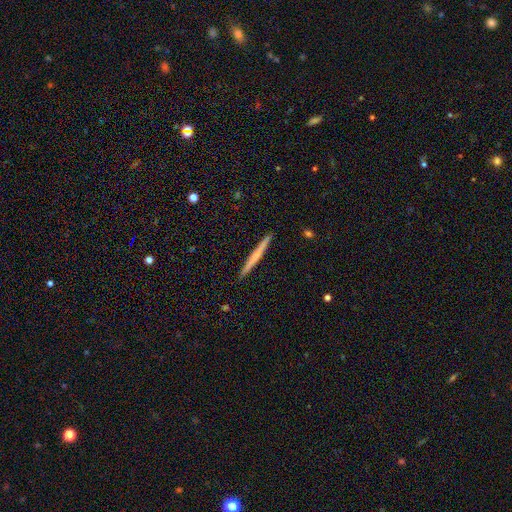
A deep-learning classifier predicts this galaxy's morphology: Smooth or featured? Predicted: smooth (p=0.52). How rounded? Predicted: cigar-shaped (p=0.97). Merging? Predicted: none (p=0.92).